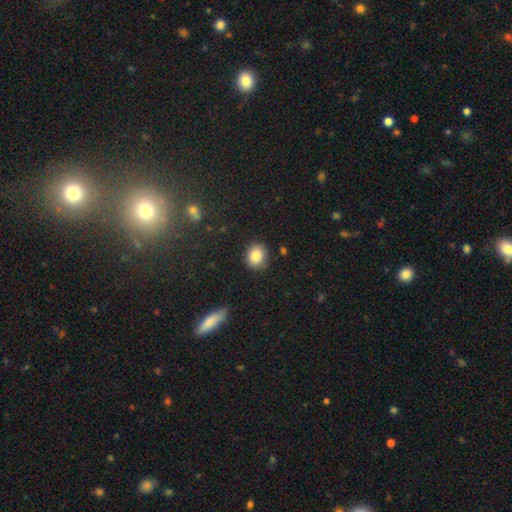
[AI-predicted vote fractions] A smooth galaxy with no disk features (86%) that is round (66%).

Vote fractions:
- Smooth or featured? smooth: 86% / star or artifact: 9% / featured or disk: 5%
- How rounded? round: 66% / in between: 33% / cigar-shaped: 1%
- Merging? none: 86% / minor disturbance: 10% / major disturbance: 2% / merger: 2%